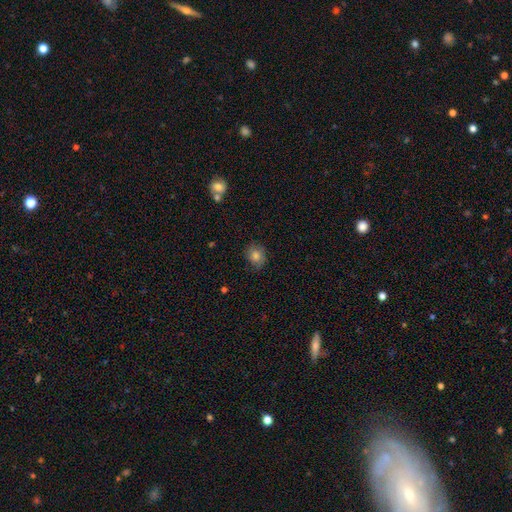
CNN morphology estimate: smooth_or_featured: smooth (p=0.77) [alt: featured or disk p=0.12]
how_rounded: round (p=0.76) [alt: in between p=0.23]
merging: none (p=0.78) [alt: minor disturbance p=0.16]